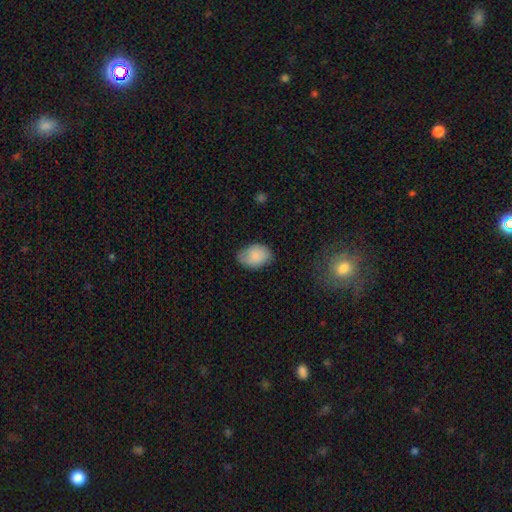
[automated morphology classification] Smooth or featured?
  - smooth: 84% *
  - featured or disk: 9%
  - star or artifact: 7%
How rounded?
  - in between: 85% *
  - round: 14%
  - cigar-shaped: 1%
Merging?
  - none: 70% *
  - minor disturbance: 24%
  - major disturbance: 5%
  - merger: 1%